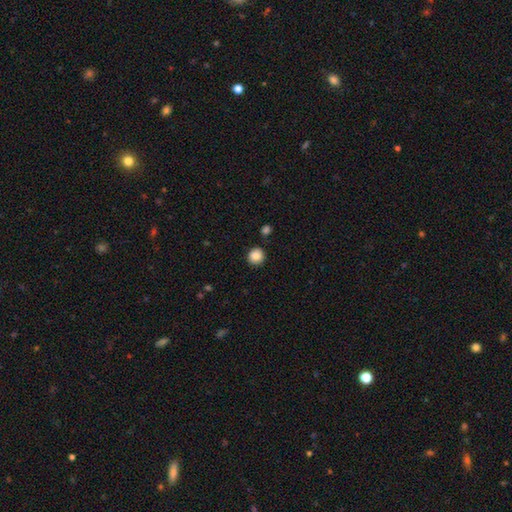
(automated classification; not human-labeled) smooth-or-featured: smooth: 87% | star or artifact: 9% | featured or disk: 4%
  how-rounded: round: 93% | in between: 6% | cigar-shaped: 1%
  merging: none: 87% | minor disturbance: 8% | merger: 3% | major disturbance: 2%